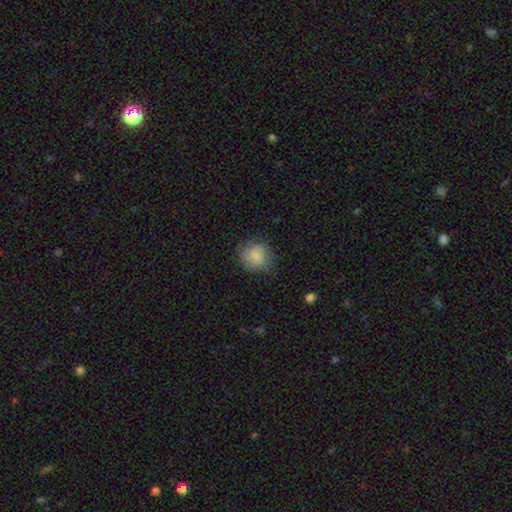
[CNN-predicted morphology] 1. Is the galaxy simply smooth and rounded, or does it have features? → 78% smooth, 14% featured or disk, 8% star or artifact.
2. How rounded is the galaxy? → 77% round, 22% in between, 1% cigar-shaped.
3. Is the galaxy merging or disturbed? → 69% none, 22% minor disturbance, 8% major disturbance, 1% merger.